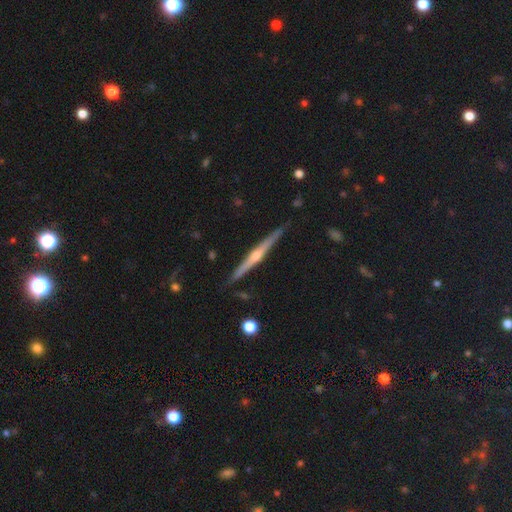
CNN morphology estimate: smooth_or_featured: featured or disk (p=0.77) [alt: smooth p=0.17]
disk_edge_on: yes (p=0.98) [alt: no p=0.02]
edge_on_bulge: rounded (p=0.85) [alt: none p=0.10]
merging: none (p=0.88) [alt: minor disturbance p=0.09]